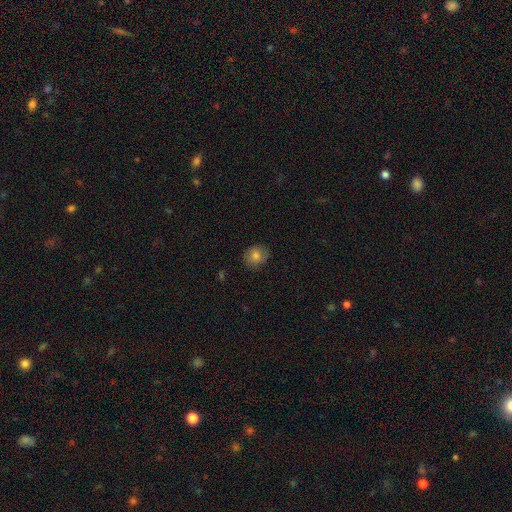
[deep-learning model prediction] smooth_or_featured: smooth (p=0.78) [alt: featured or disk p=0.12]
how_rounded: round (p=0.70) [alt: in between p=0.29]
merging: none (p=0.84) [alt: minor disturbance p=0.12]